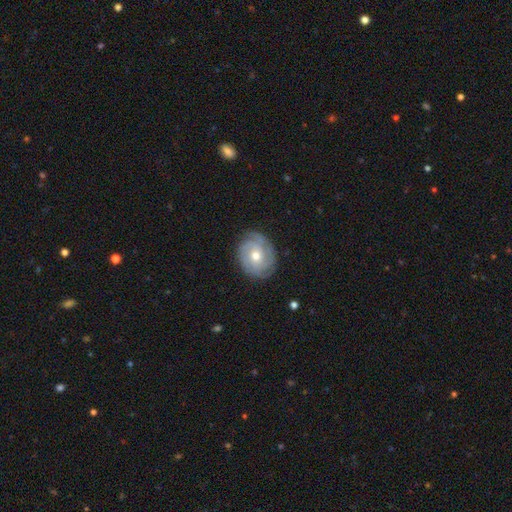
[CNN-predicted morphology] Smooth or featured: featured or disk — 82% (smooth — 13%)
Edge-on disk: no — 97% (yes — 3%)
Bar: no — 72% (weak — 23%)
Spiral arms: yes — 95% (no — 5%)
Spiral winding: tight — 72% (medium — 23%)
Spiral arm count: 3 — 36% (can't tell — 24%)
Bulge size: moderate — 68% (small — 28%)
Merging: none — 82% (minor disturbance — 13%)